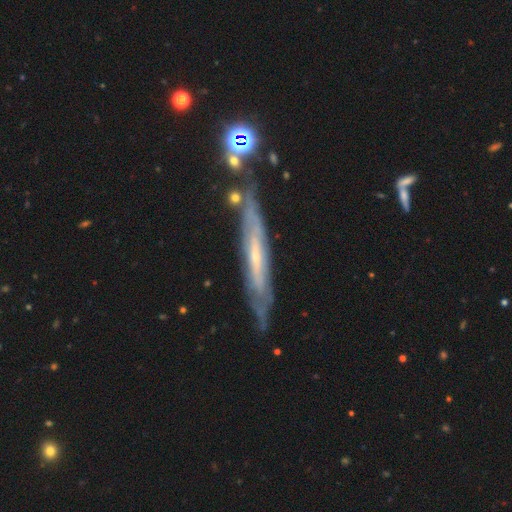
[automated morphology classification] A featured or disk galaxy (74%) viewed edge-on (63%).

Vote fractions:
- Smooth or featured? featured or disk: 74% / smooth: 18% / star or artifact: 9%
- Edge-on disk? yes: 63% / no: 37%
- Merging? none: 73% / minor disturbance: 18% / major disturbance: 5% / merger: 4%